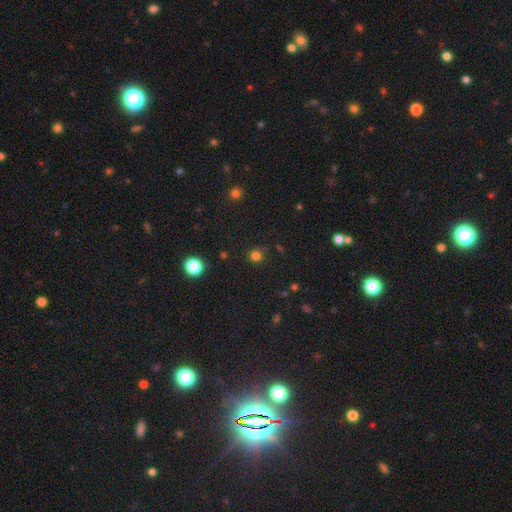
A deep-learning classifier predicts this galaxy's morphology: Smooth or featured? smooth (77%)
How rounded? round (92%)
Merging? none (86%)